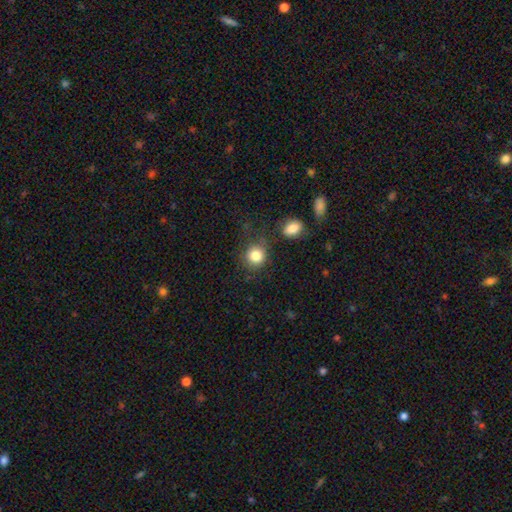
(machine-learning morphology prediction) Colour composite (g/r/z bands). It shows a smooth galaxy with no disk features (84%) that is round (83%). Merging: none (73%).